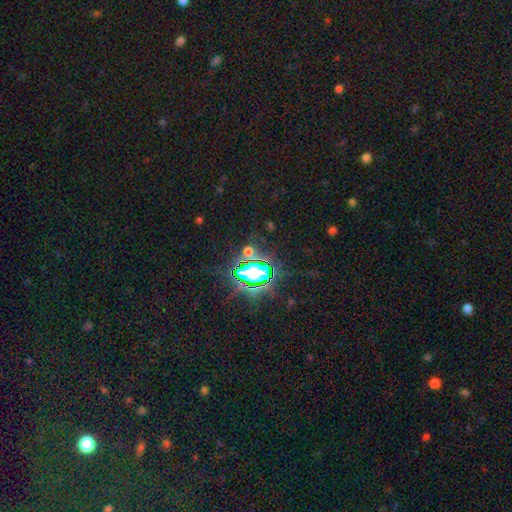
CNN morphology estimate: The model was most divided on "smooth or featured": star or artifact: 71%, smooth: 18%, featured or disk: 11%.